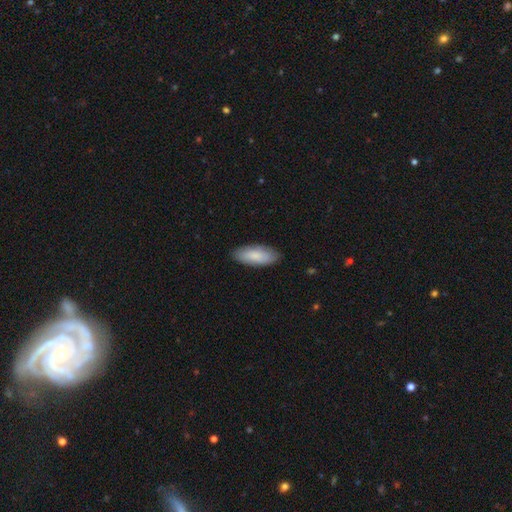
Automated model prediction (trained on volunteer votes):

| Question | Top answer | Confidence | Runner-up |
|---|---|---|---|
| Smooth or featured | smooth | 84% | featured or disk (11%) |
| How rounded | in between | 83% | cigar-shaped (15%) |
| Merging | none | 86% | minor disturbance (11%) |